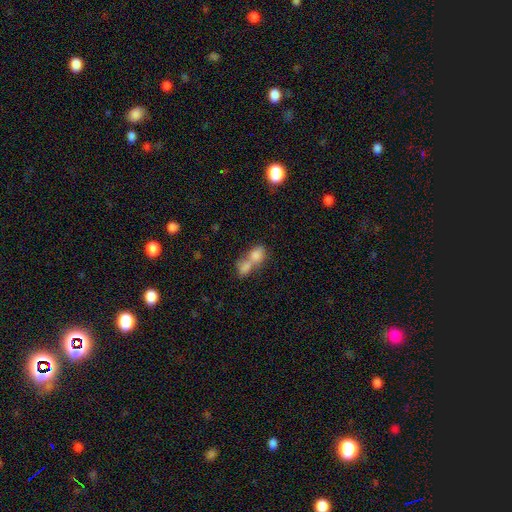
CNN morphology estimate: Smooth or featured? Predicted: smooth (p=0.77). How rounded? Predicted: in between (p=0.71). Merging? Predicted: merger (p=0.73).